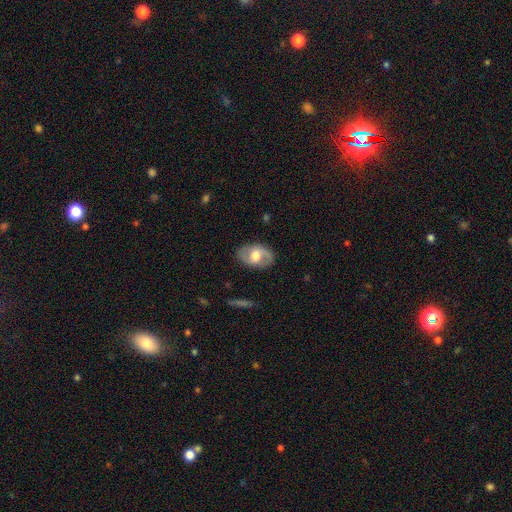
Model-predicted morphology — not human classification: Smooth or featured? Predicted: featured or disk (p=0.64). Edge-on disk? Predicted: no (p=0.95). Bar? Predicted: no (p=0.44). Spiral arms? Predicted: yes (p=0.76). Bulge size? Predicted: moderate (p=0.62). Merging? Predicted: none (p=0.83).